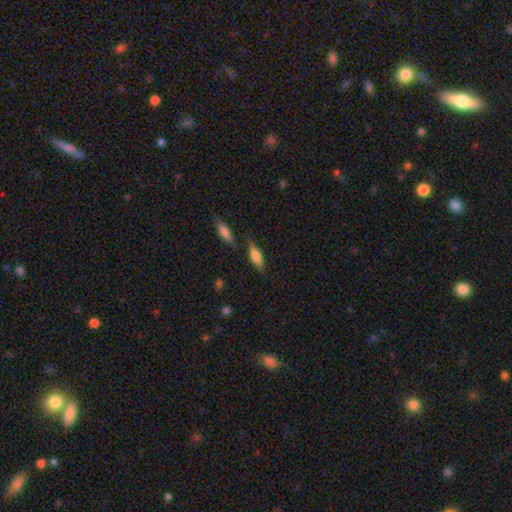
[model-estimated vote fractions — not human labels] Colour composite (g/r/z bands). It shows a smooth galaxy with no disk features (69%) that is in between round and cigar-shaped (59%). Merging: none (70%).